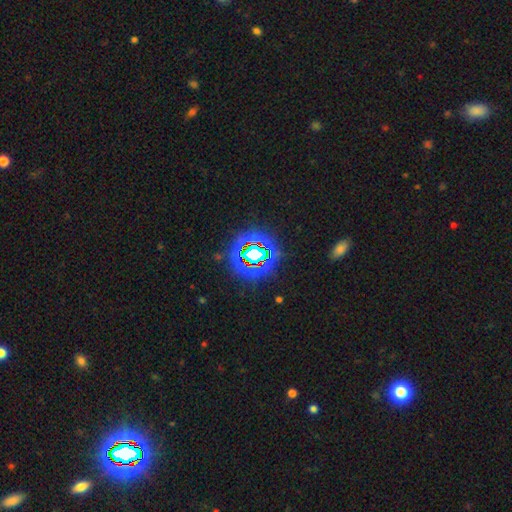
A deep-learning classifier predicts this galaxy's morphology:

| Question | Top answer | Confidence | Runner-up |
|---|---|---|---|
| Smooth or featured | star or artifact | 76% | smooth (14%) |